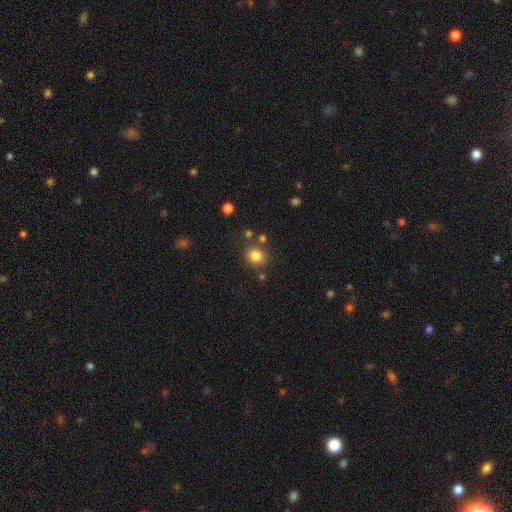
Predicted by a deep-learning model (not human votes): Smooth or featured? Predicted: smooth (p=0.82). How rounded? Predicted: round (p=0.74). Merging? Predicted: none (p=0.78).